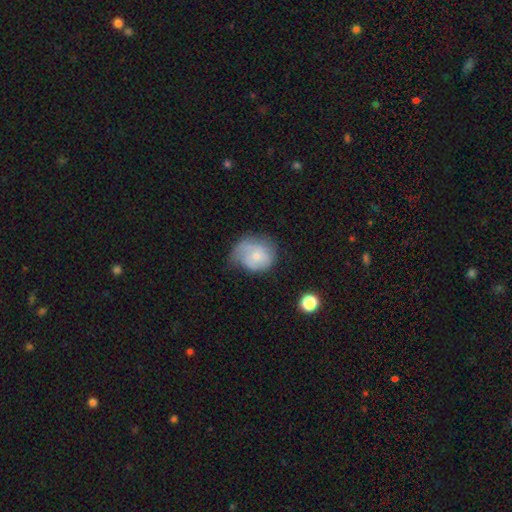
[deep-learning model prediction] Smooth or featured? smooth (57%)
How rounded? round (68%)
Merging? minor disturbance (38%)